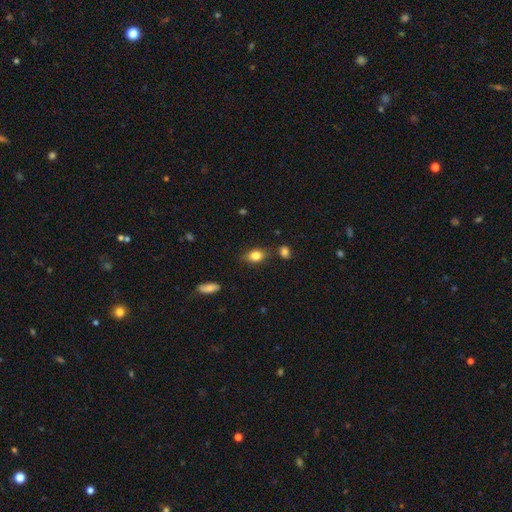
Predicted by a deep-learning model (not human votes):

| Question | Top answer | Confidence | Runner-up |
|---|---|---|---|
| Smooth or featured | smooth | 80% | featured or disk (11%) |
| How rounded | in between | 72% | round (24%) |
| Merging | none | 73% | minor disturbance (18%) |